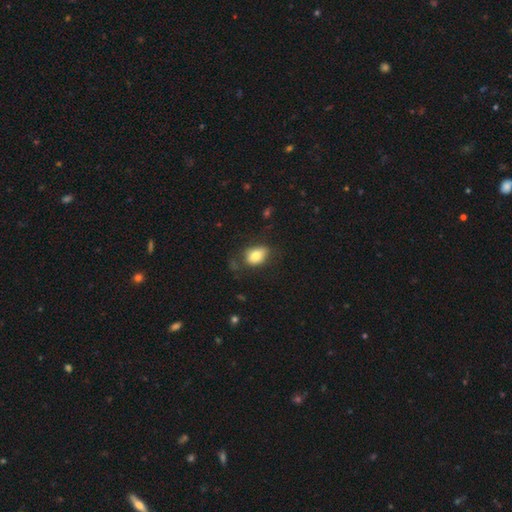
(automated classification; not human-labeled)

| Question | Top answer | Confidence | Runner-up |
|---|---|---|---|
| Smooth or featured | smooth | 77% | featured or disk (14%) |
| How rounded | in between | 77% | round (22%) |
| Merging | none | 66% | minor disturbance (23%) |